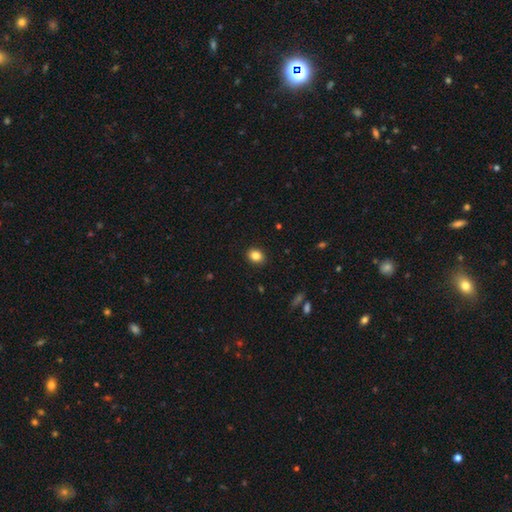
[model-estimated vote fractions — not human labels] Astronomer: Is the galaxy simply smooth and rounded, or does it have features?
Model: smooth — 85%.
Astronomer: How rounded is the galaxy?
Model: in between — 50% (runner-up: round, 49%).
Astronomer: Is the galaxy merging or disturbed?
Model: none — 90%.